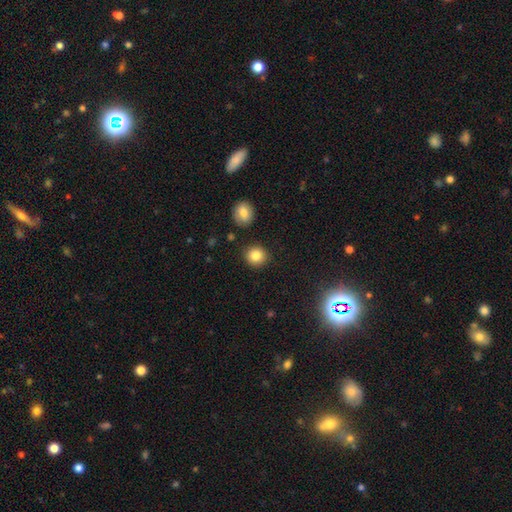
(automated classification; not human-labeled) smooth 84%, star or artifact 10%, featured or disk 6%. Down the decision tree: how rounded — round (88%); merging — none (88%).